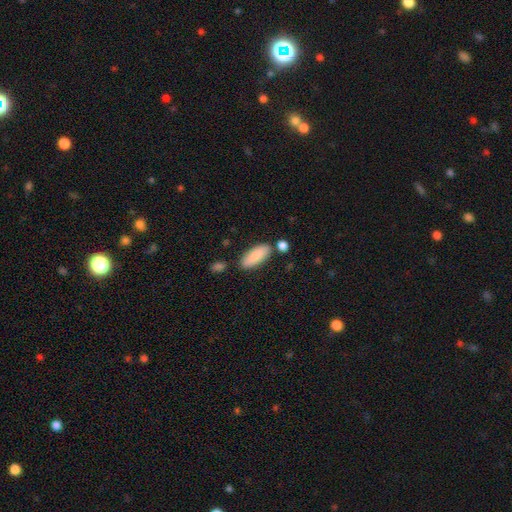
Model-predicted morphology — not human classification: smooth_or_featured: smooth (p=0.86) [alt: featured or disk p=0.09]
how_rounded: in between (p=0.78) [alt: cigar-shaped p=0.20]
merging: none (p=0.76) [alt: minor disturbance p=0.14]